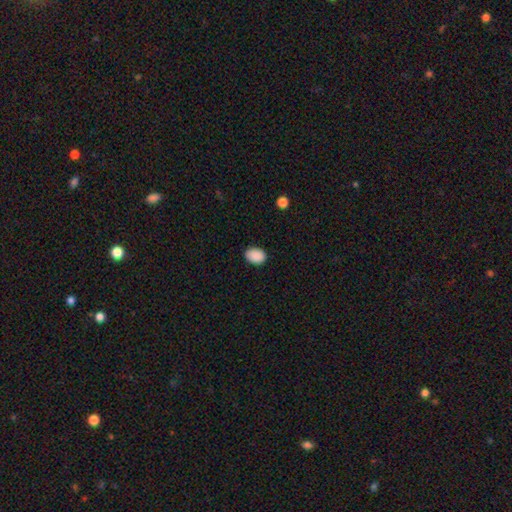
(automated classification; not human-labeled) Smooth or featured? Predicted: smooth (p=0.90). How rounded? Predicted: in between (p=0.77). Merging? Predicted: none (p=0.87).